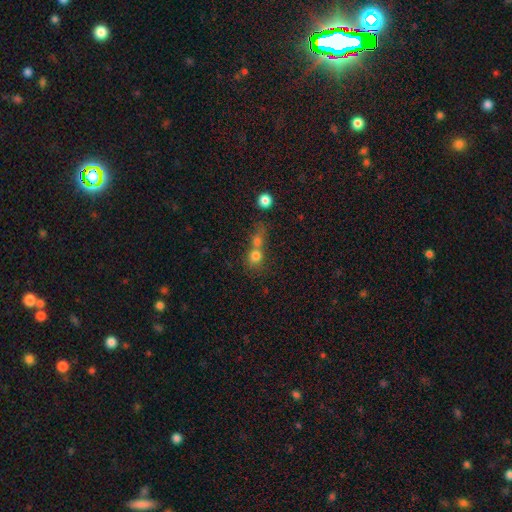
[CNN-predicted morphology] type=smooth (74%); roundness=round (76%); merging=merger (61%).